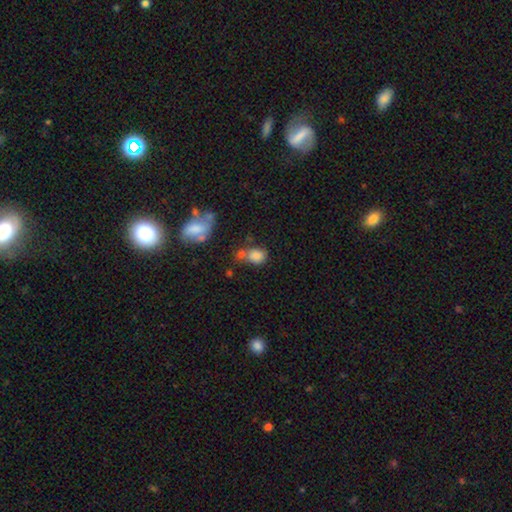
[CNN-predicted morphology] The model was most divided on "how rounded": round: 50%, in between: 48%, cigar-shaped: 2%. Remaining: smooth or featured — smooth (81%); merging — none (42%).